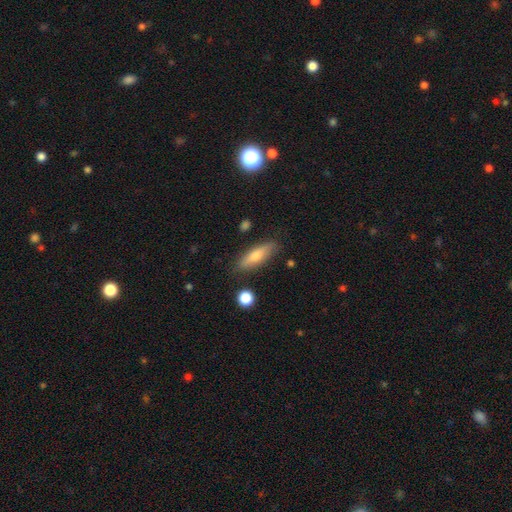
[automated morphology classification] smooth 61%, featured or disk 32%, star or artifact 7%. Down the decision tree: how rounded — cigar-shaped (55%); merging — none (84%).